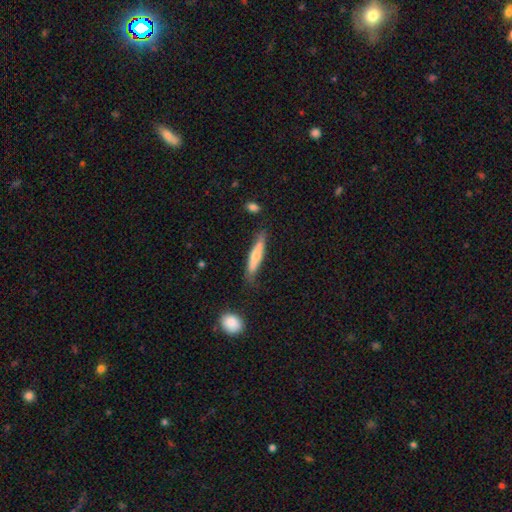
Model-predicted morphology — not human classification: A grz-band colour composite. It shows a smooth galaxy with no disk features (58%) that is cigar-shaped (86%). Merging: none (72%).